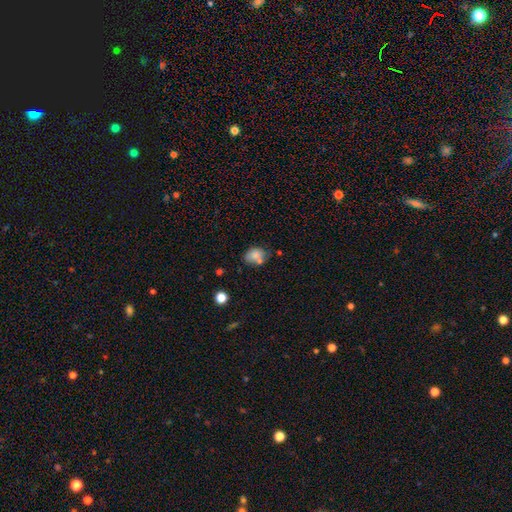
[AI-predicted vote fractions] Morphology: type=smooth (74%); roundness=in between (67%); merging=none (46%).